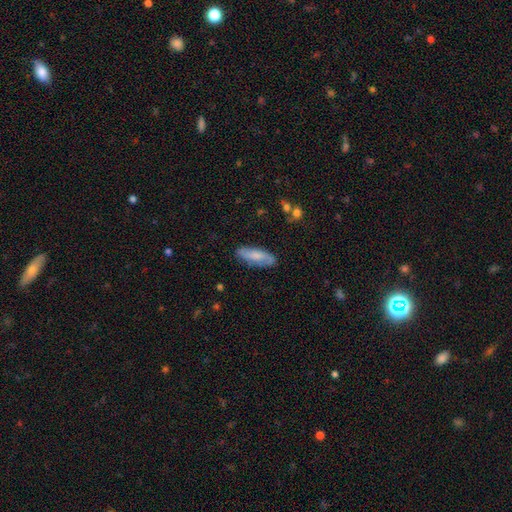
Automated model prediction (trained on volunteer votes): A smooth galaxy with no disk features (63%) that is in between round and cigar-shaped (54%).

Vote fractions:
- Smooth or featured? smooth: 63% / featured or disk: 30% / star or artifact: 7%
- How rounded? in between: 54% / cigar-shaped: 44% / round: 2%
- Merging? none: 80% / minor disturbance: 15% / major disturbance: 3% / merger: 2%